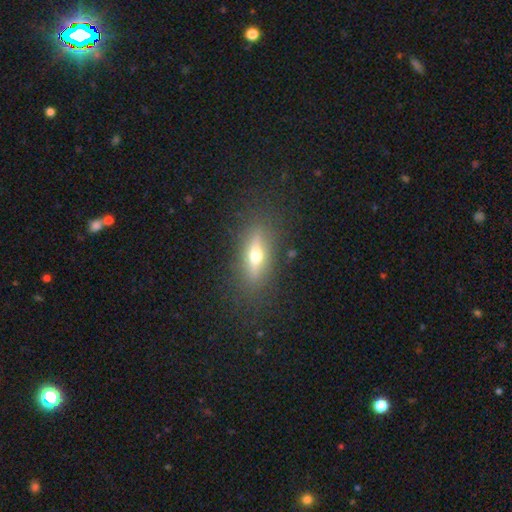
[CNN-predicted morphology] A smooth galaxy with no disk features (45%).

Vote fractions:
- Smooth or featured? smooth: 45% / featured or disk: 42% / star or artifact: 12%
- Merging? none: 85% / minor disturbance: 10% / major disturbance: 4% / merger: 2%